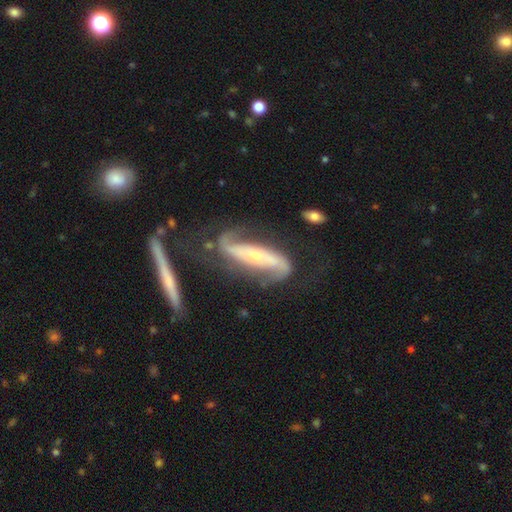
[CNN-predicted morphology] smooth_or_featured: featured or disk (p=0.86) [alt: smooth p=0.09]
disk_edge_on: no (p=0.85) [alt: yes p=0.15]
bar: strong (p=0.47) [alt: no p=0.32]
has_spiral_arms: yes (p=0.95) [alt: no p=0.05]
spiral_winding: loose (p=0.52) [alt: medium p=0.33]
spiral_arm_count: 2 (p=0.91) [alt: can't tell p=0.04]
bulge_size: small (p=0.60) [alt: moderate p=0.35]
merging: none (p=0.57) [alt: minor disturbance p=0.19]